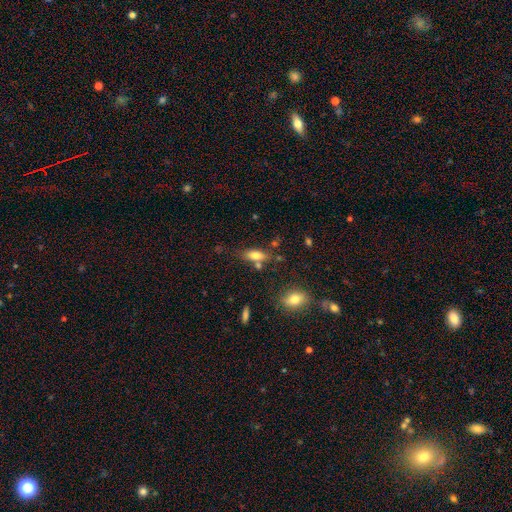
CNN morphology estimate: Overall: smooth (78%). How rounded: in between (77%). Merging: none (62%).